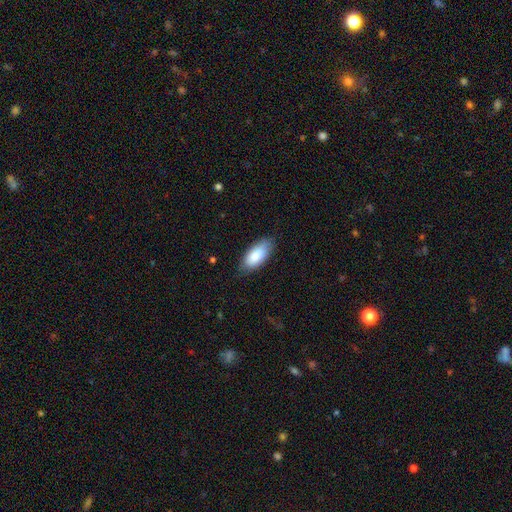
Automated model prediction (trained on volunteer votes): A smooth galaxy with no disk features (84%) that is in between round and cigar-shaped (88%).

Vote fractions:
- Smooth or featured? smooth: 84% / featured or disk: 10% / star or artifact: 6%
- How rounded? in between: 88% / cigar-shaped: 10% / round: 2%
- Merging? none: 76% / minor disturbance: 19% / major disturbance: 4% / merger: 1%